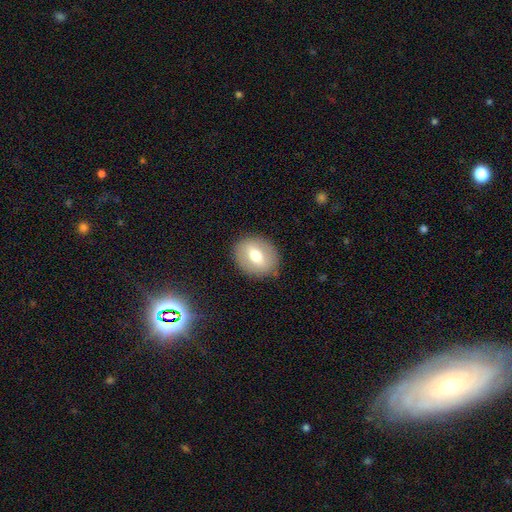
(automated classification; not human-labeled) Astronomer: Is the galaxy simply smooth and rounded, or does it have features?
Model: smooth — 59%.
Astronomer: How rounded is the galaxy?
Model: round — 50% (runner-up: in between, 48%).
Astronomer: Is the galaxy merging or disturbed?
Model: none — 84%.